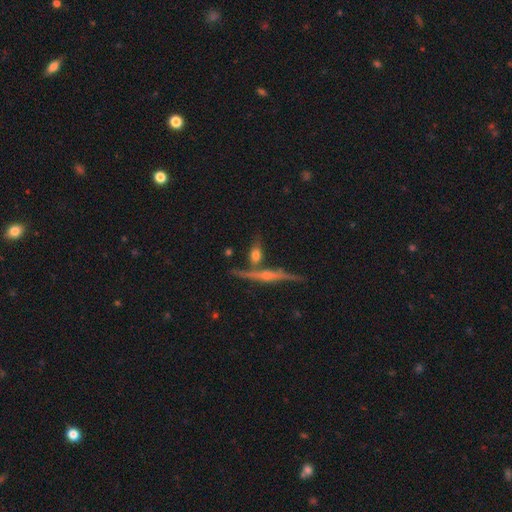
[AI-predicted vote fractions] Morphology: type=smooth (51%); roundness=in between (44%); merging=none (62%).